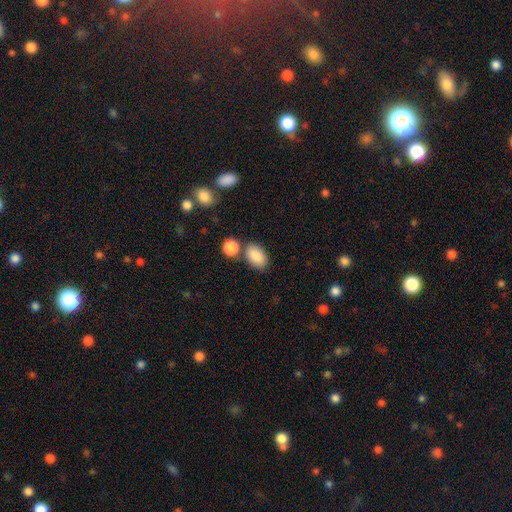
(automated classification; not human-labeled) smooth 86%, star or artifact 8%, featured or disk 7%. Down the decision tree: how rounded — in between (89%); merging — none (68%).